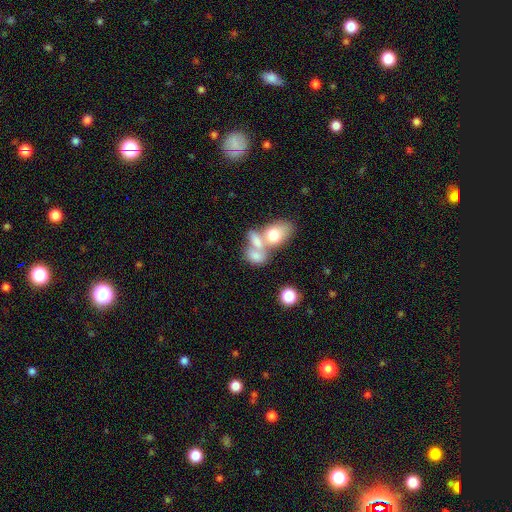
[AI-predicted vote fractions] smooth_or_featured: smooth (p=0.69) [alt: featured or disk p=0.22]
how_rounded: in between (p=0.82) [alt: round p=0.15]
merging: merger (p=0.67) [alt: none p=0.19]